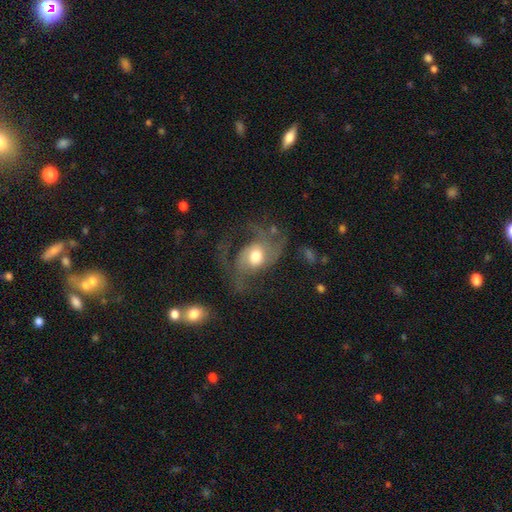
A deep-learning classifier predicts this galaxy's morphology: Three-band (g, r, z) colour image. It shows a featured or disk galaxy (73%) with no bar (67%), 2 (41%) loose (44%) spiral arms (87%) and a moderate central bulge (64%). Merging: major disturbance (40%).